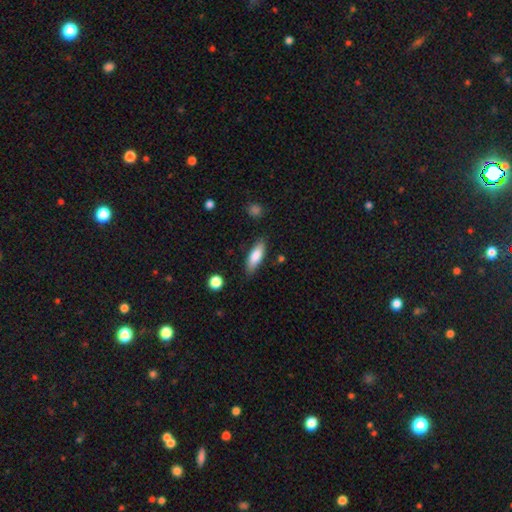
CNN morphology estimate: Overall: smooth (80%). How rounded: in between (61%; cigar-shaped 37%). Merging: none (79%).